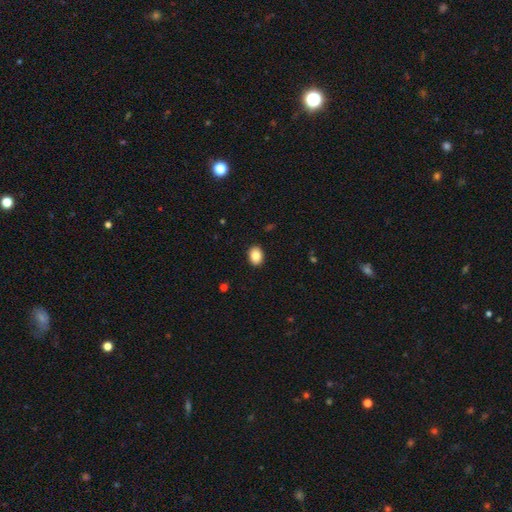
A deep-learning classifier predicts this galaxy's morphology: smooth 86%, star or artifact 8%, featured or disk 6%. Down the decision tree: how rounded — in between (66%); merging — none (91%).